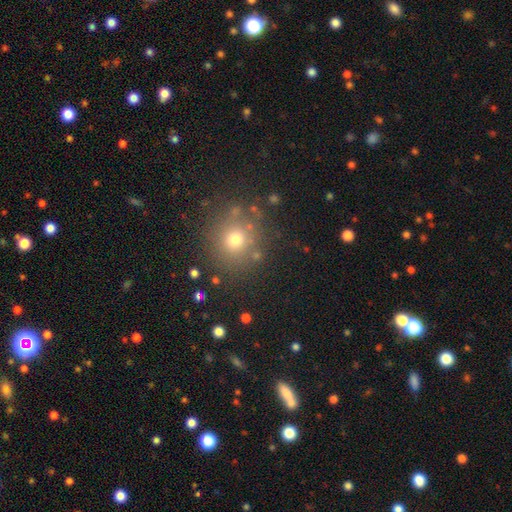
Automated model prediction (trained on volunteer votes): Smooth or featured?
  - smooth: 68% *
  - star or artifact: 22%
  - featured or disk: 10%
How rounded?
  - round: 90% *
  - in between: 9%
  - cigar-shaped: 1%
Merging?
  - none: 84% *
  - minor disturbance: 9%
  - merger: 4%
  - major disturbance: 4%